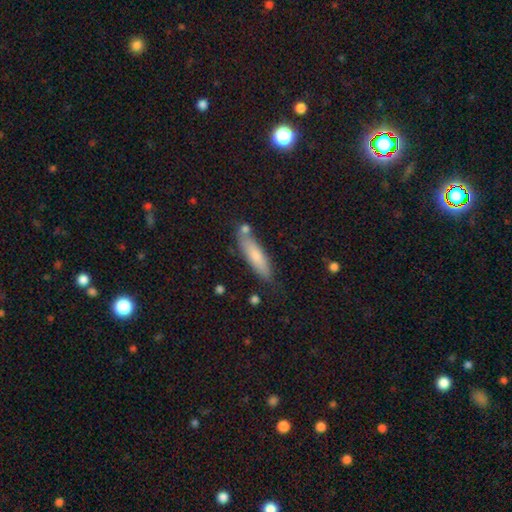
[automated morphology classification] Overall: smooth (75%). How rounded: cigar-shaped (70%). Merging: none (72%).